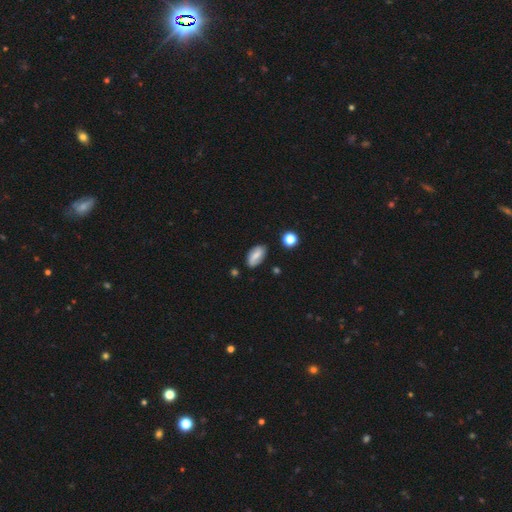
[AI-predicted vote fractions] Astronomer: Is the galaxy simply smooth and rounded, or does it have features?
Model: smooth — 63%.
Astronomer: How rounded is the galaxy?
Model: in between — 90%.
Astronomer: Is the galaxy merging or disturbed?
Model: none — 78%.